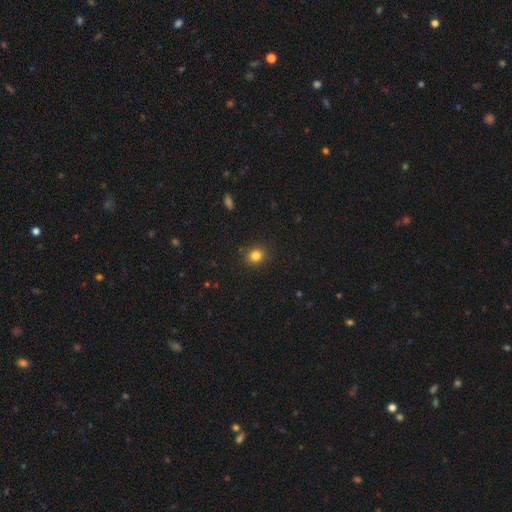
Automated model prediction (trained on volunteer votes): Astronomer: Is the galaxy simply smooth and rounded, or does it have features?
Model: smooth — 83%.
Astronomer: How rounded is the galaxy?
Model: round — 77%.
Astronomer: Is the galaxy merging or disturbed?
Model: none — 89%.